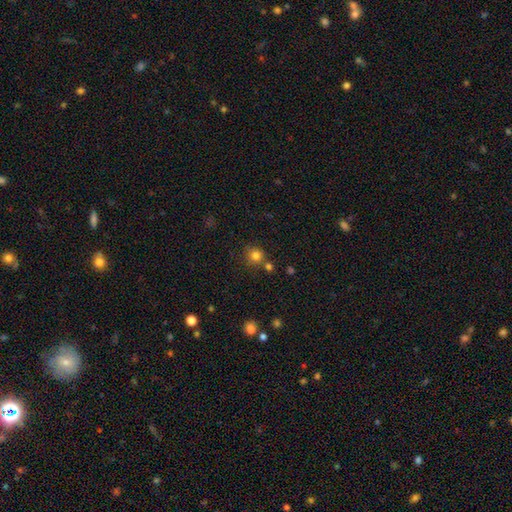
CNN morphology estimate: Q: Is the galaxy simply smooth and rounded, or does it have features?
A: smooth — 80%.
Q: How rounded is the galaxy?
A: round — 91%.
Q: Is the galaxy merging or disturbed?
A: none — 73%.